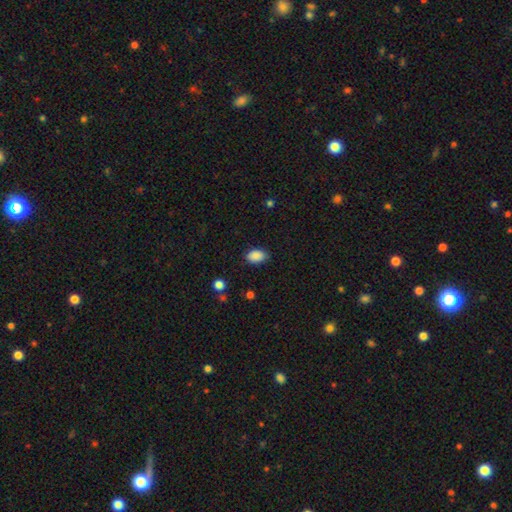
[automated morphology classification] This appears to be a smooth galaxy with no disk features (89%) that is in between round and cigar-shaped (90%). Merging: none (83%).